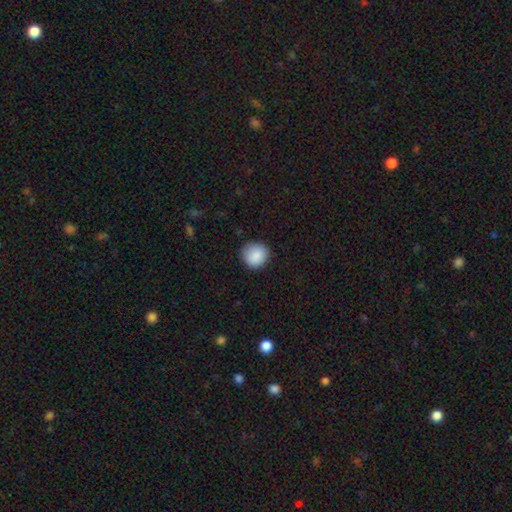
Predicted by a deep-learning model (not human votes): The model was most divided on "merging": none: 86%, minor disturbance: 10%, major disturbance: 2%, merger: 1%. More confident: how rounded — round (91%); smooth or featured — smooth (88%).